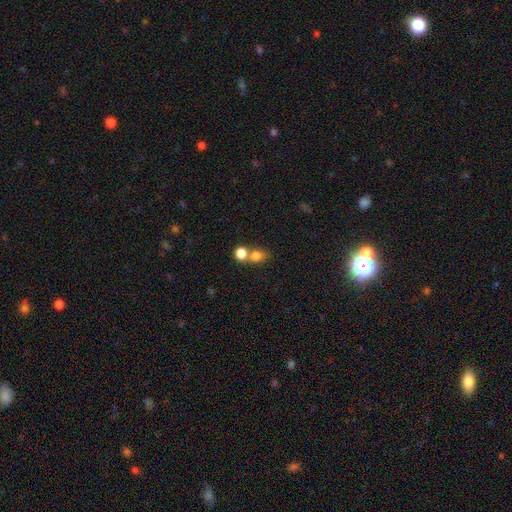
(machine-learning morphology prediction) A smooth galaxy with no disk features (79%) that is round (62%). Merging: merger (45%).